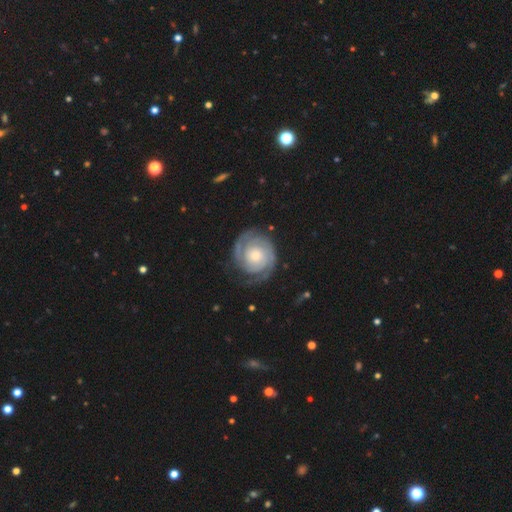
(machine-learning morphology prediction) A featured or disk galaxy (86%) with no bar (77%), 2 (65%) tight (73%) spiral arms (97%) and a moderate central bulge (44%).

Vote fractions:
- Smooth or featured? featured or disk: 86% / smooth: 10% / star or artifact: 4%
- Edge-on disk? no: 98% / yes: 2%
- Bar? no: 77% / weak: 19% / strong: 5%
- Spiral arms? yes: 97% / no: 3%
- Spiral winding? tight: 73% / medium: 22% / loose: 5%
- Spiral arm count? 2: 65% / can't tell: 14% / 3: 9% / 1: 6% / 4: 3% / more than 4: 3%
- Bulge size? moderate: 44% / small: 36% / large: 14% / none: 4% / dominant: 2%
- Merging? none: 74% / minor disturbance: 16% / major disturbance: 8% / merger: 1%